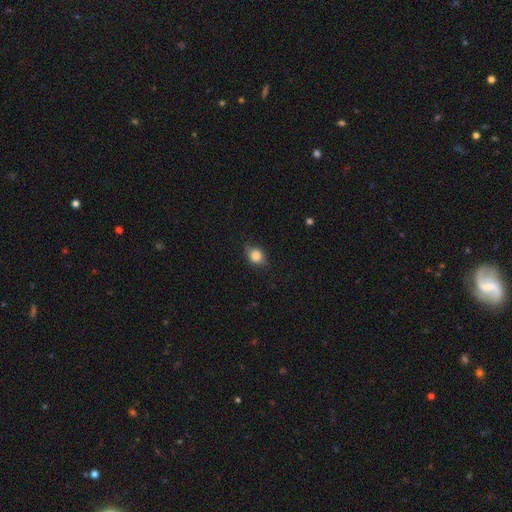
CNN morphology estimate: Smooth or featured: smooth — 78% (featured or disk — 12%)
How rounded: in between — 54% (round — 43%)
Merging: none — 76% (minor disturbance — 19%)